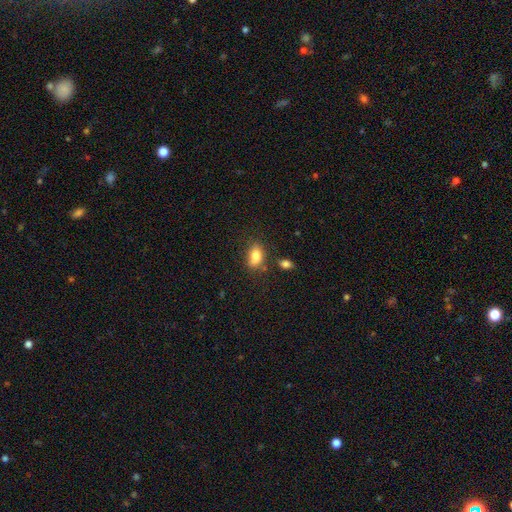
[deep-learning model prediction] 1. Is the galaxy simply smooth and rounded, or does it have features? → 82% smooth, 10% featured or disk, 9% star or artifact.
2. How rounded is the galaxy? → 85% in between, 12% round, 3% cigar-shaped.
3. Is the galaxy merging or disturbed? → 64% none, 21% minor disturbance, 10% merger, 6% major disturbance.